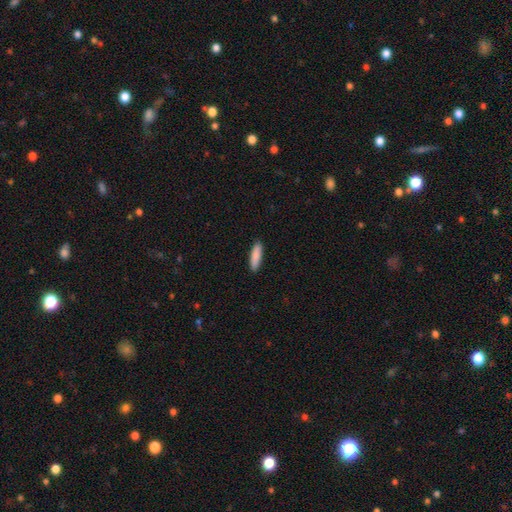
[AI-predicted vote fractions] Smooth or featured?
  - smooth: 88% *
  - featured or disk: 6%
  - star or artifact: 6%
How rounded?
  - cigar-shaped: 67% *
  - in between: 32%
  - round: 1%
Merging?
  - none: 90% *
  - minor disturbance: 7%
  - major disturbance: 1%
  - merger: 1%